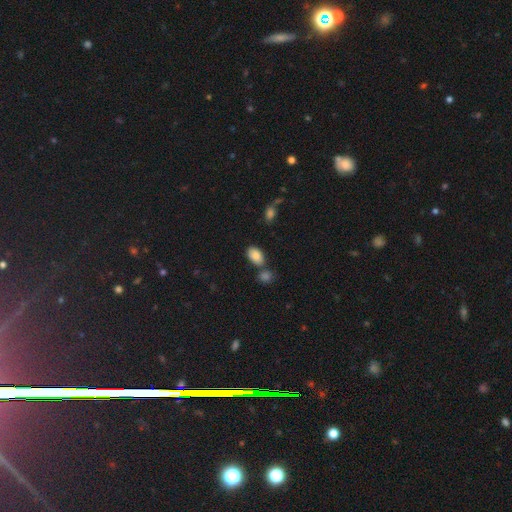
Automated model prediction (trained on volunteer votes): Overall: smooth (86%). How rounded: in between (91%). Merging: none (63%).